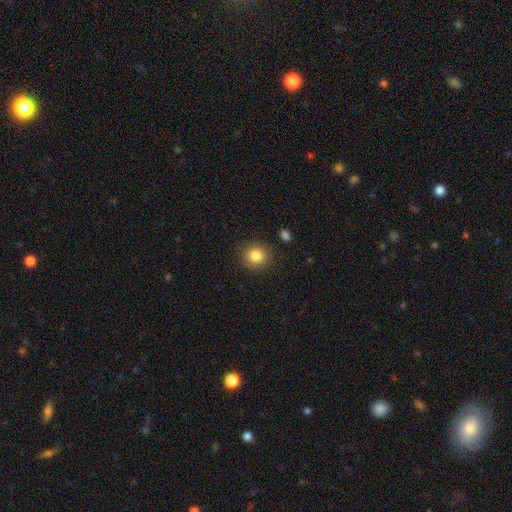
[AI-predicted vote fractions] smooth 84%, star or artifact 10%, featured or disk 6%. Down the decision tree: how rounded — round (90%); merging — none (89%).